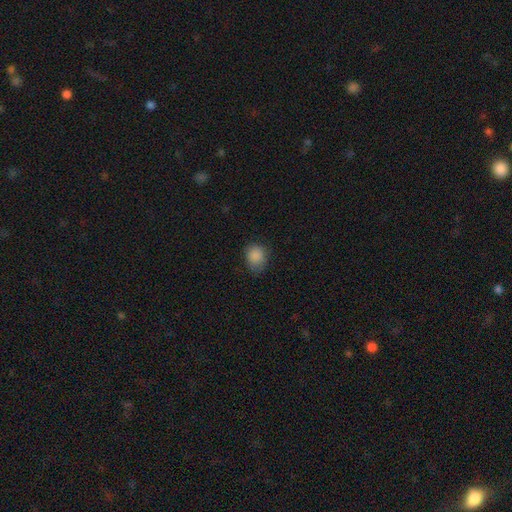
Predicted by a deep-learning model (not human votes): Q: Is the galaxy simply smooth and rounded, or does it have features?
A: smooth — 87%.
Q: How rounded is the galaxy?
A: round — 58%.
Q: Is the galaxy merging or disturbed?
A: none — 72%.